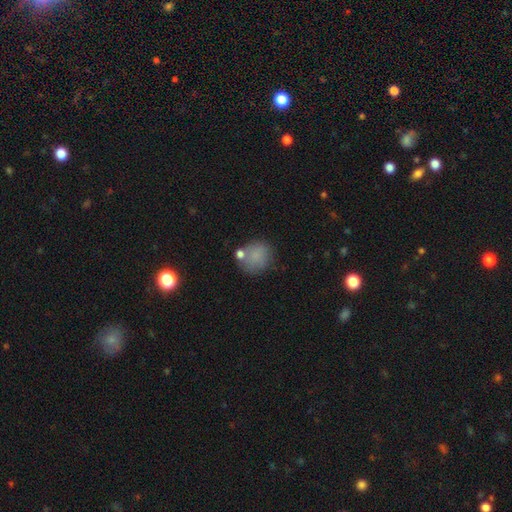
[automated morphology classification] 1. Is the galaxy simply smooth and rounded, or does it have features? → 79% smooth, 11% star or artifact, 10% featured or disk.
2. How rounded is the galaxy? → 82% round, 17% in between, 1% cigar-shaped.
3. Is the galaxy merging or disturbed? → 64% none, 17% minor disturbance, 13% merger, 7% major disturbance.